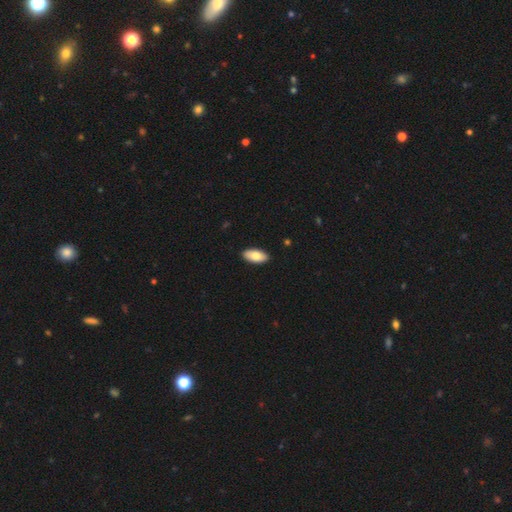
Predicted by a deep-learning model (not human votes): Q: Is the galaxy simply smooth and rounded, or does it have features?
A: smooth — 79%.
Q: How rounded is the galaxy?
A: in between — 92%.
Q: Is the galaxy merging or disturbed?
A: none — 91%.